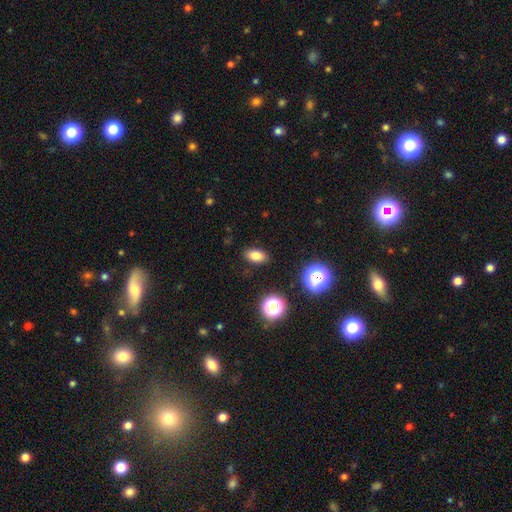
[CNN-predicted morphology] The model was most divided on "smooth or featured": smooth: 80%, star or artifact: 13%, featured or disk: 7%. More confident: merging — none (88%); how rounded — in between (87%).